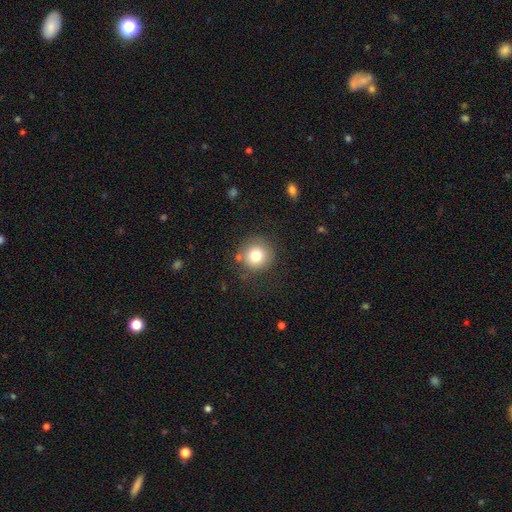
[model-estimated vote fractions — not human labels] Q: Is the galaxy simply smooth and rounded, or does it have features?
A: smooth — 78%.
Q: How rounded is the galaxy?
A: round — 93%.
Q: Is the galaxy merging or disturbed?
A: none — 80%.